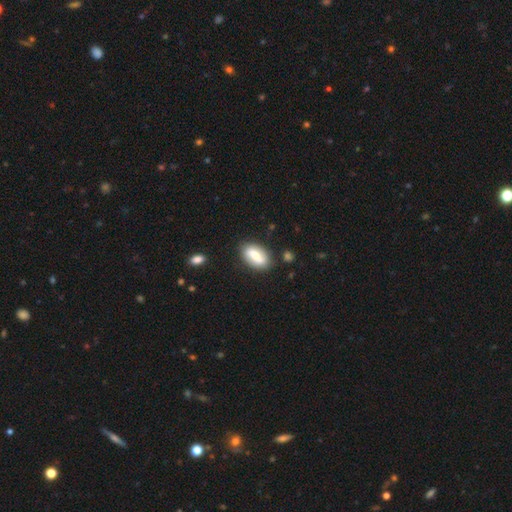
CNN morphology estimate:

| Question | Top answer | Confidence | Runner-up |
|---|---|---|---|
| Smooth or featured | smooth | 53% | featured or disk (41%) |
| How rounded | in between | 88% | cigar-shaped (6%) |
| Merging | none | 82% | minor disturbance (12%) |